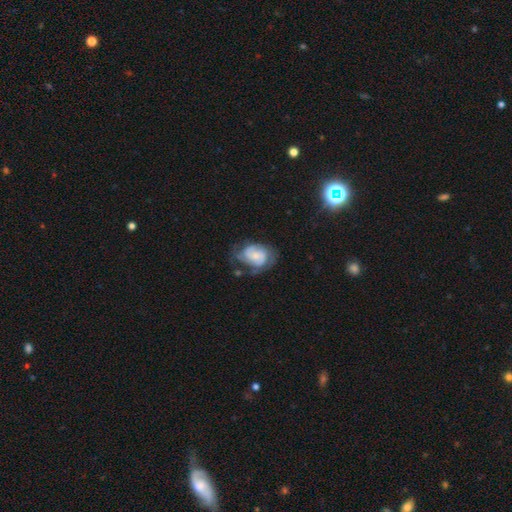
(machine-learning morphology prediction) smooth-or-featured: featured or disk: 68% | smooth: 25% | star or artifact: 7%
  disk-edge-on: no: 98% | yes: 2%
    bar: no: 63% | weak: 31% | strong: 6%
    has-spiral-arms: yes: 89% | no: 11%
      spiral-winding: tight: 48% | medium: 39% | loose: 13%
      spiral-arm-count: 2: 53% | can't tell: 24% | 3: 12% | 1: 6% | 4: 3% | more than 4: 2%
    bulge-size: small: 50% | moderate: 32% | none: 11% | large: 6% | dominant: 2%
  merging: none: 49% | minor disturbance: 27% | major disturbance: 20% | merger: 3%